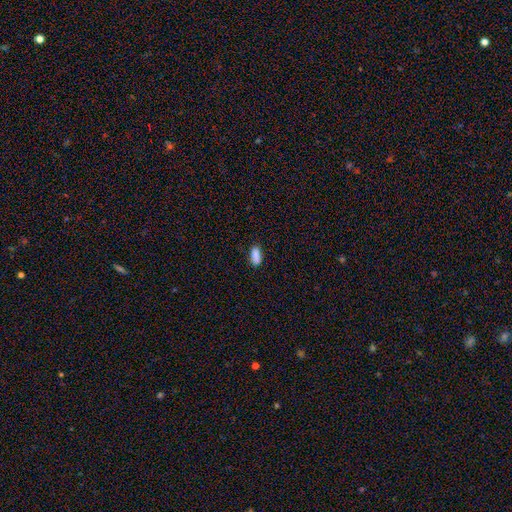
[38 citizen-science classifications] smooth_or_featured: smooth (p=0.84) [alt: star or artifact p=0.13]
how_rounded: in between (p=0.75) [alt: cigar-shaped p=0.25]
merging: none (p=0.88) [alt: minor disturbance p=0.06]